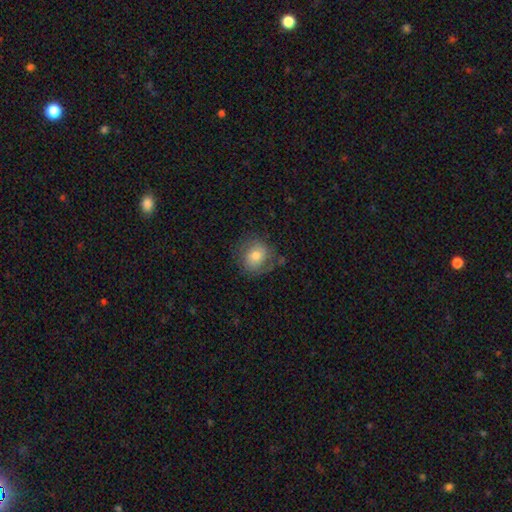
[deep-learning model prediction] This appears to be a smooth galaxy with no disk features (64%) that is round (78%). Merging: none (67%).